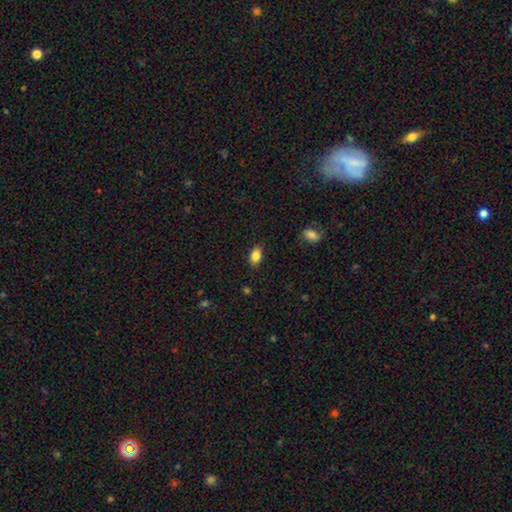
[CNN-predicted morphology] Smooth or featured?
  - smooth: 84% *
  - star or artifact: 9%
  - featured or disk: 7%
How rounded?
  - in between: 88% *
  - round: 9%
  - cigar-shaped: 3%
Merging?
  - none: 85% *
  - minor disturbance: 11%
  - major disturbance: 2%
  - merger: 1%